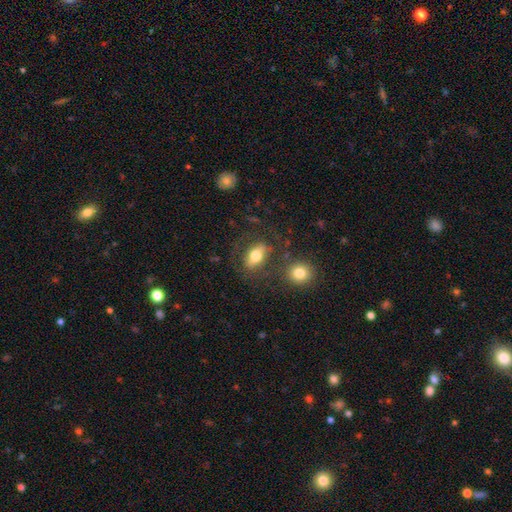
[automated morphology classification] Overall: smooth (65%; featured or disk 26%). How rounded: in between (84%). Merging: none (67%).